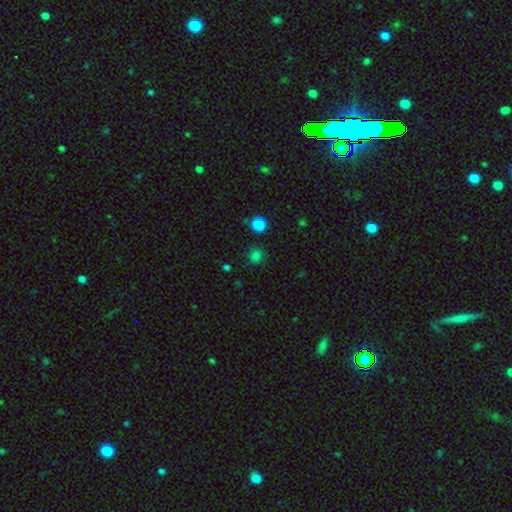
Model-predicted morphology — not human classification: Smooth or featured? Predicted: smooth (p=0.79). How rounded? Predicted: round (p=0.85). Merging? Predicted: none (p=0.83).